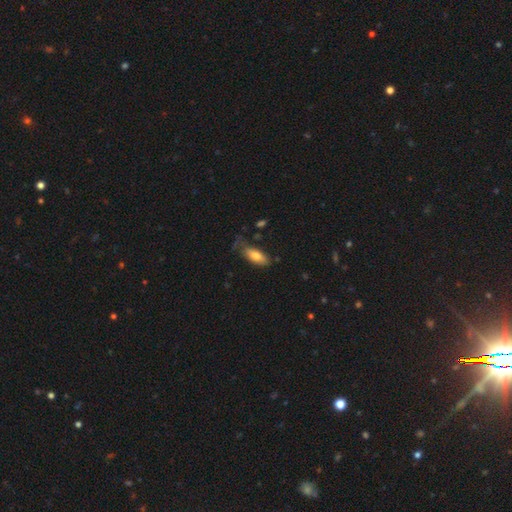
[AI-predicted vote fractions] A smooth galaxy with no disk features (78%) that is in between round and cigar-shaped (79%).

Vote fractions:
- Smooth or featured? smooth: 78% / featured or disk: 15% / star or artifact: 7%
- How rounded? in between: 79% / cigar-shaped: 19% / round: 2%
- Merging? none: 58% / minor disturbance: 29% / major disturbance: 10% / merger: 3%